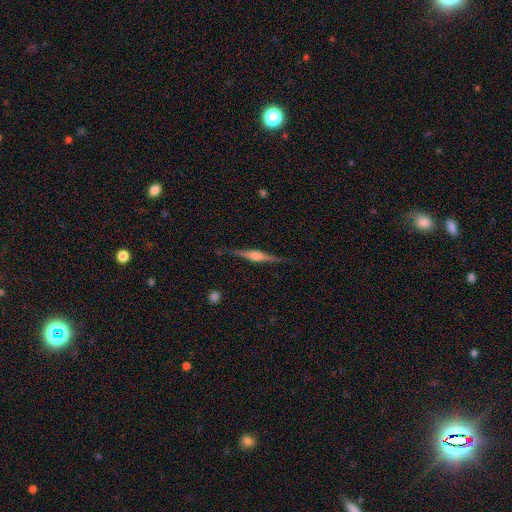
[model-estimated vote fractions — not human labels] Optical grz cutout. It shows a featured or disk galaxy (78%) viewed edge-on (98%) with a rounded central bulge (82%). Merging: none (87%).